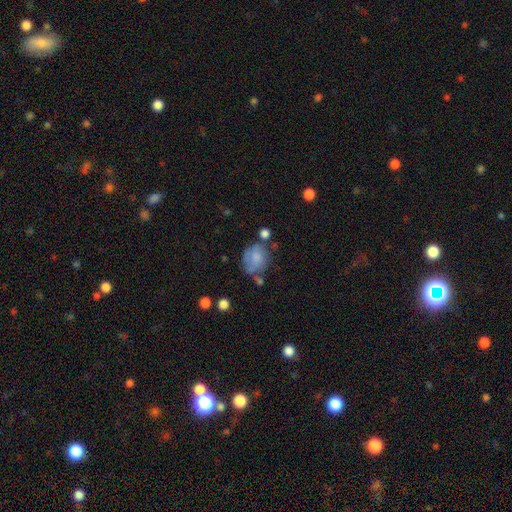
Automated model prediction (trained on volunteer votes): smooth 65%, featured or disk 26%, star or artifact 9%. Down the decision tree: how rounded — round (53%); merging — none (42%).